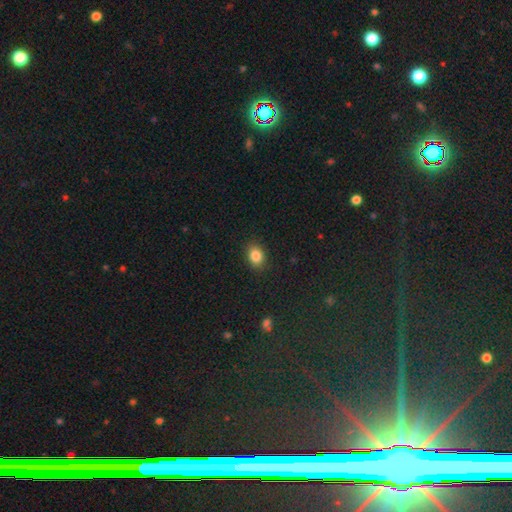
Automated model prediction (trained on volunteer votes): smooth 85%, star or artifact 10%, featured or disk 5%. Down the decision tree: how rounded — in between (62%); merging — none (88%).